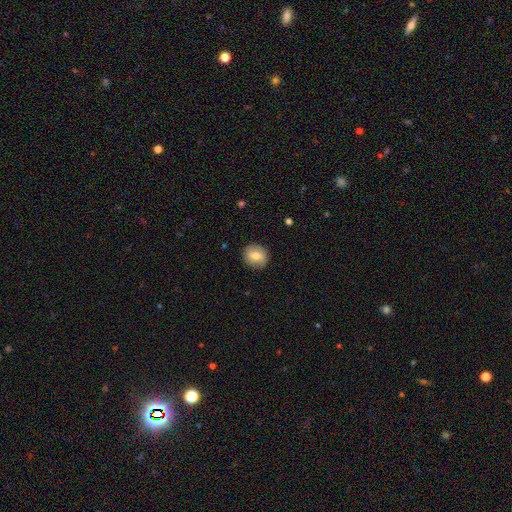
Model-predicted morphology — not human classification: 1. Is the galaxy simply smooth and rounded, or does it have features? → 74% smooth, 18% featured or disk, 8% star or artifact.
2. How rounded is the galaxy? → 86% round, 13% in between, 1% cigar-shaped.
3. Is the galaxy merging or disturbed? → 89% none, 8% minor disturbance, 2% major disturbance, 1% merger.